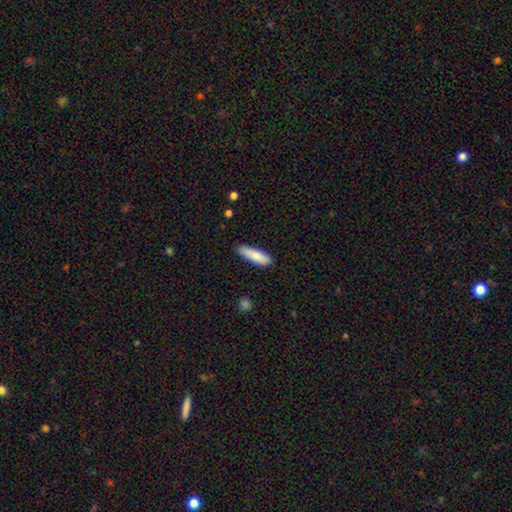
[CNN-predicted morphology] Smooth or featured? smooth (84%)
How rounded? cigar-shaped (57%)
Merging? none (86%)